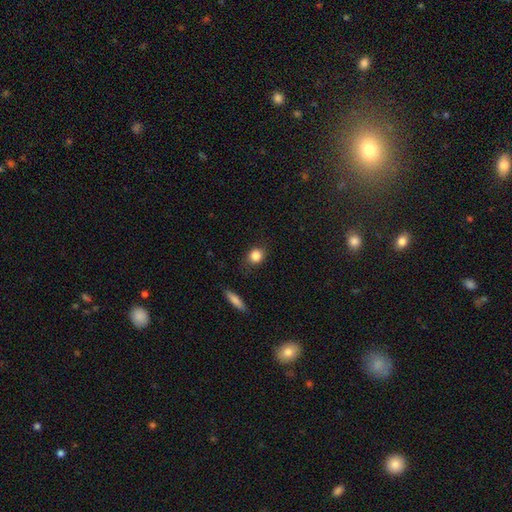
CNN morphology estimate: smooth_or_featured: smooth (p=0.85) [alt: star or artifact p=0.10]
how_rounded: round (p=0.72) [alt: in between p=0.26]
merging: none (p=0.81) [alt: minor disturbance p=0.14]